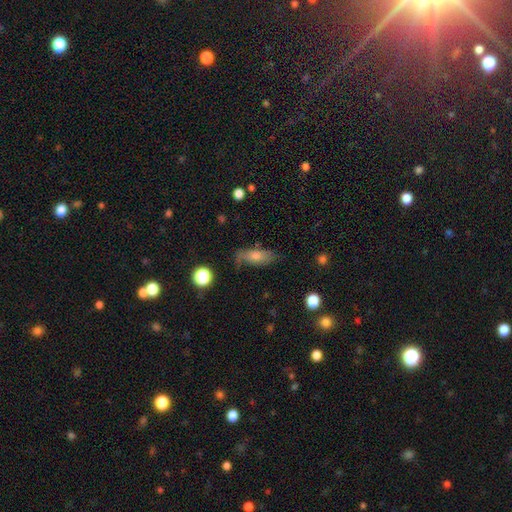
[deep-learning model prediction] smooth 56%, featured or disk 33%, star or artifact 11%. Down the decision tree: how rounded — in between (64%); merging — none (68%).